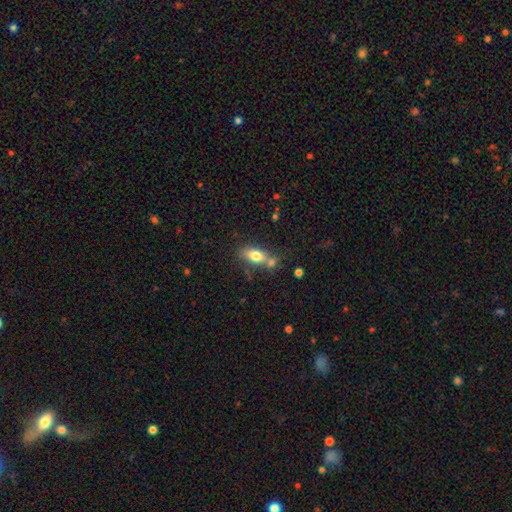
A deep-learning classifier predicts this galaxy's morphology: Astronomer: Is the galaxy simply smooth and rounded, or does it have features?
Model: smooth — 76%.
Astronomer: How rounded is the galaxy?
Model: in between — 83%.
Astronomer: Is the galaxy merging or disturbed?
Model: none — 54%.